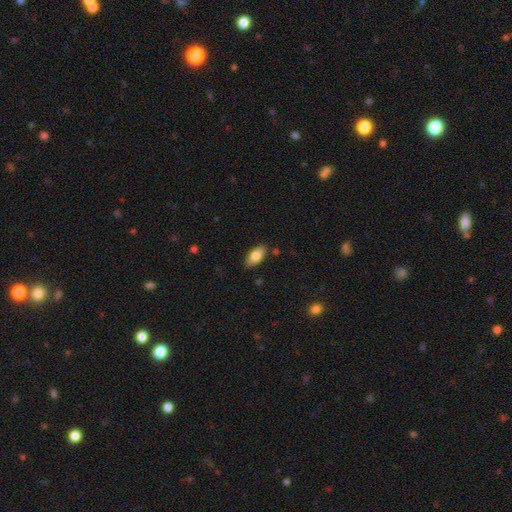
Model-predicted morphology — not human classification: smooth 80%, featured or disk 14%, star or artifact 7%. Down the decision tree: how rounded — in between (90%); merging — none (86%).